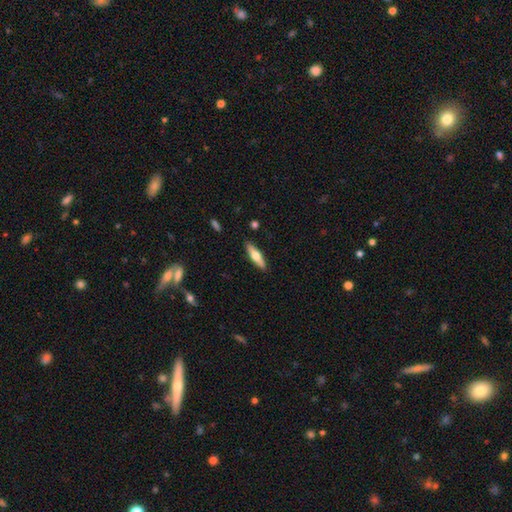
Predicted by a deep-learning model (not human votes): This is possibly a smooth galaxy (48%). Merging: clearly none (89%).